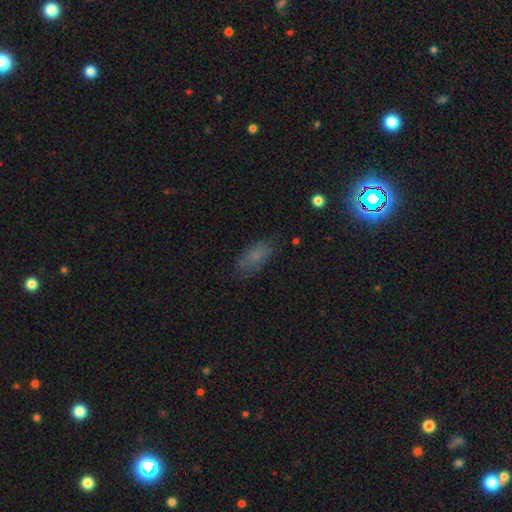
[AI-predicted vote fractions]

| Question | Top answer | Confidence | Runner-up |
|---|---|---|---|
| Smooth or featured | smooth | 72% | star or artifact (15%) |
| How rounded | in between | 83% | cigar-shaped (13%) |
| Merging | none | 74% | minor disturbance (18%) |